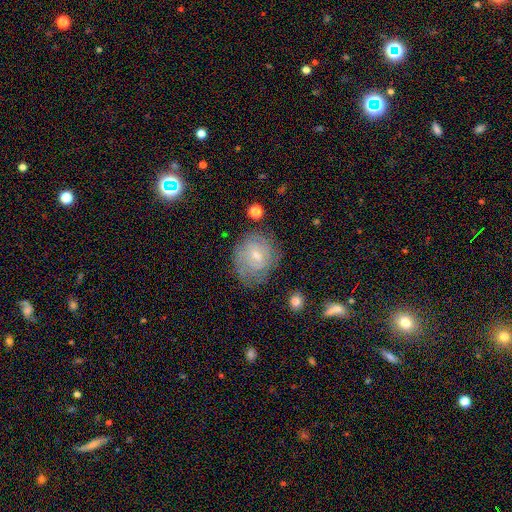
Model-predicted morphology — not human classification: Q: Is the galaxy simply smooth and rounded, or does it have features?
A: featured or disk — 54%.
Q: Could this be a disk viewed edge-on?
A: no — 96%.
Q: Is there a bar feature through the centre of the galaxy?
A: weak — 49%.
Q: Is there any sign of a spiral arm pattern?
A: yes — 75%.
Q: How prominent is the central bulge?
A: small — 60%.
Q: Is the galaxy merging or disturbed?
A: none — 66%.